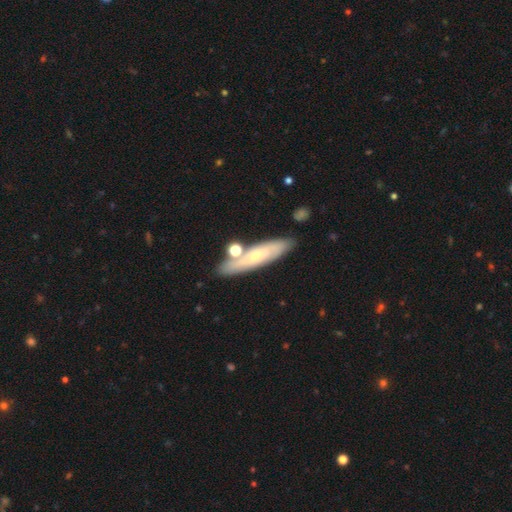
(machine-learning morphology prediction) Q: Smooth or featured?
A: featured or disk (50%); runner-up: smooth (42%)
Q: Edge-on disk?
A: no (52%); runner-up: yes (48%)
Q: Merging?
A: none (72%); runner-up: minor disturbance (13%)